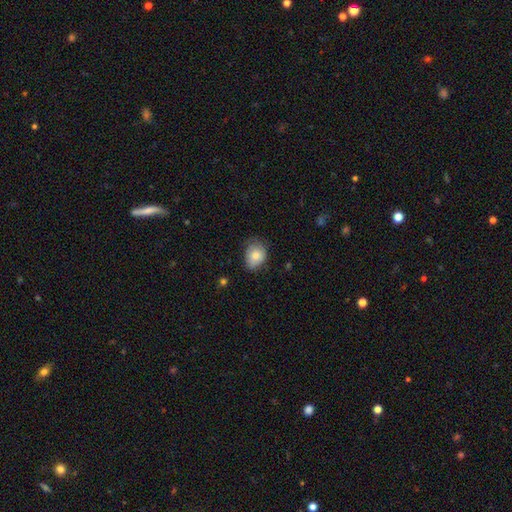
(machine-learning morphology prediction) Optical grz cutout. It shows a smooth galaxy with no disk features (78%) that is in between round and cigar-shaped (55%). Merging: none (57%).